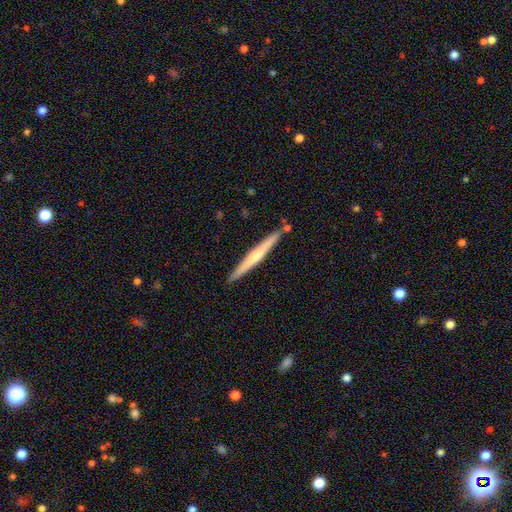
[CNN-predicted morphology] Q: Smooth or featured?
A: featured or disk (56%); runner-up: smooth (39%)
Q: Edge-on disk?
A: yes (97%); runner-up: no (3%)
Q: Edge-on bulge?
A: rounded (59%); runner-up: none (35%)
Q: Merging?
A: none (87%); runner-up: minor disturbance (8%)